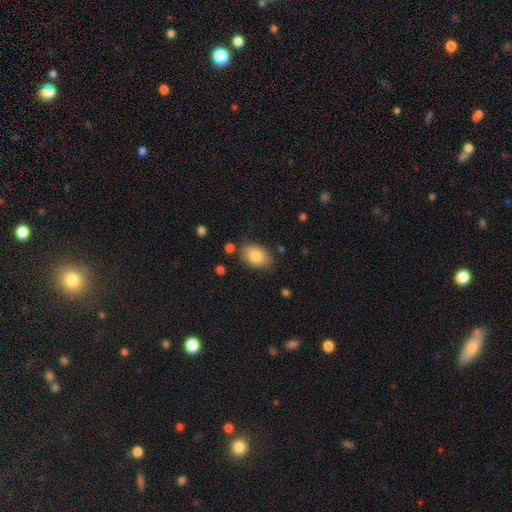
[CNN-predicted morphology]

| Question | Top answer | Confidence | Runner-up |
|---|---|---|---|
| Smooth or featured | smooth | 83% | featured or disk (10%) |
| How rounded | in between | 84% | round (15%) |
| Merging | none | 80% | minor disturbance (14%) |